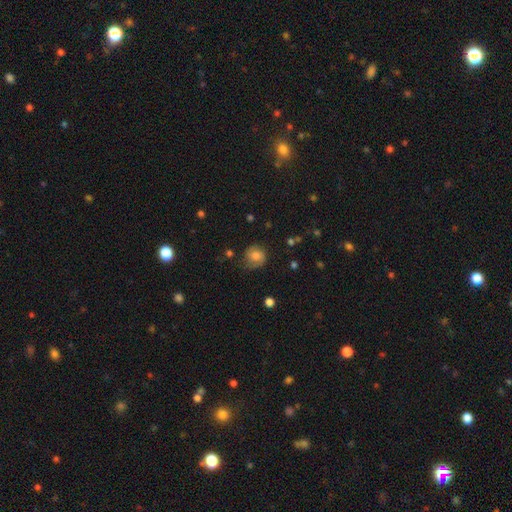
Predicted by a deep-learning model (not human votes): Smooth or featured? Predicted: smooth (p=0.66). How rounded? Predicted: round (p=0.82). Merging? Predicted: none (p=0.65).